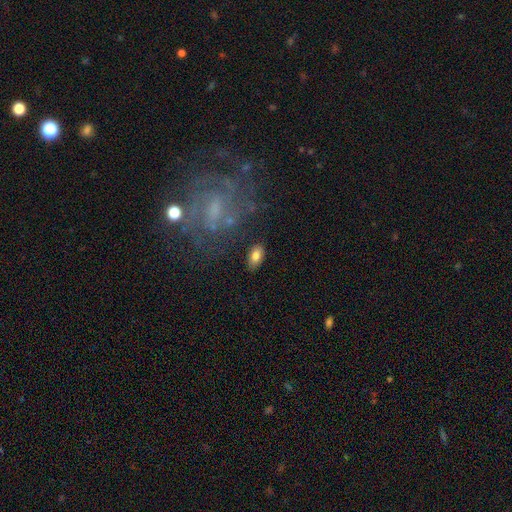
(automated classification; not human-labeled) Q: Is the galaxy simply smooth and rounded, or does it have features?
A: smooth — 79%.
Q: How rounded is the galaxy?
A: in between — 91%.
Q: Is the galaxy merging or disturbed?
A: none — 84%.